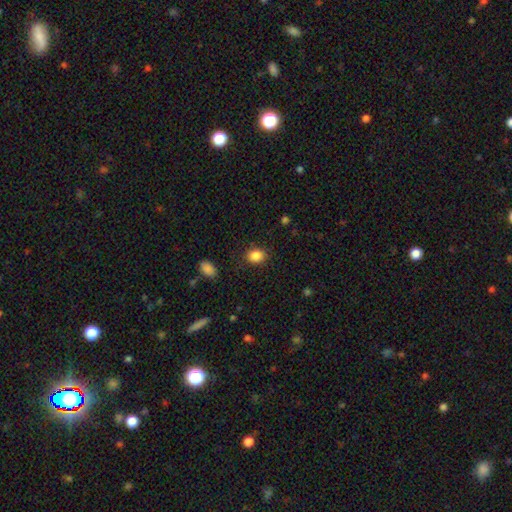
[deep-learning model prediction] smooth-or-featured: smooth: 86% | star or artifact: 9% | featured or disk: 5%
  how-rounded: in between: 56% | round: 43% | cigar-shaped: 1%
  merging: none: 84% | minor disturbance: 12% | major disturbance: 3% | merger: 1%